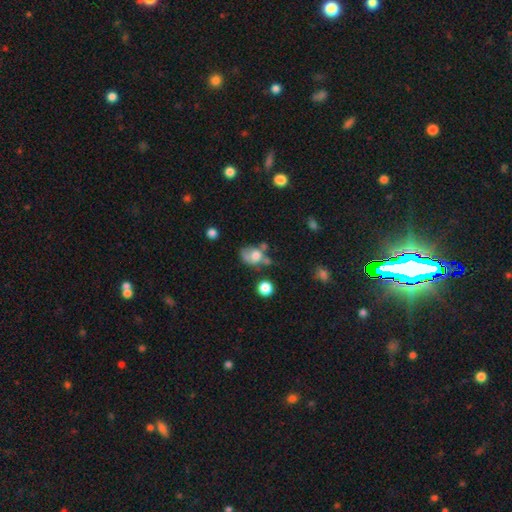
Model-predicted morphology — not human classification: Smooth or featured? smooth (61%)
How rounded? in between (60%)
Merging? none (29%)